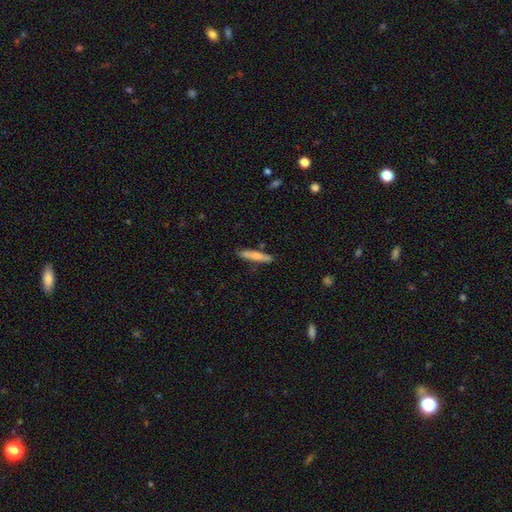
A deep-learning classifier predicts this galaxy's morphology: Smooth or featured: smooth — 70% (featured or disk — 24%)
How rounded: cigar-shaped — 91% (in between — 8%)
Merging: none — 84% (minor disturbance — 11%)